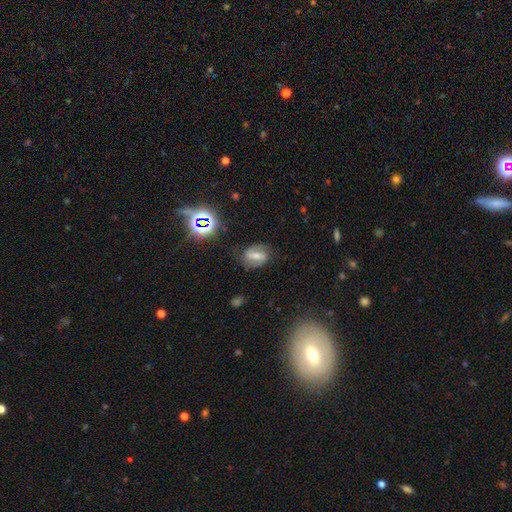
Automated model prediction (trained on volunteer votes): Smooth or featured? Predicted: featured or disk (p=0.63). Edge-on disk? Predicted: no (p=0.95). Bar? Predicted: strong (p=0.57). Spiral arms? Predicted: yes (p=0.81). Bulge size? Predicted: moderate (p=0.48). Merging? Predicted: none (p=0.77).